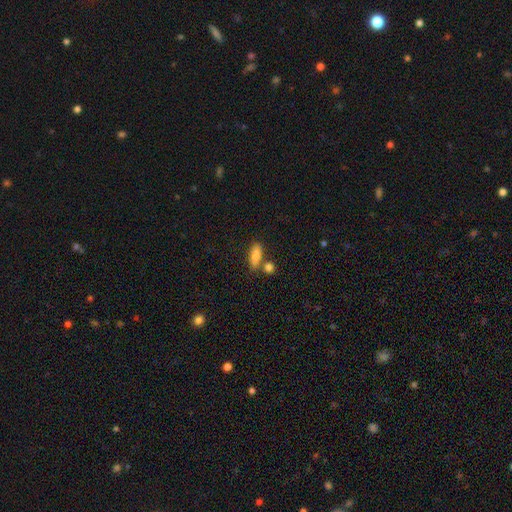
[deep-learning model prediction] Smooth or featured? Predicted: smooth (p=0.82). How rounded? Predicted: in between (p=0.62). Merging? Predicted: none (p=0.65).